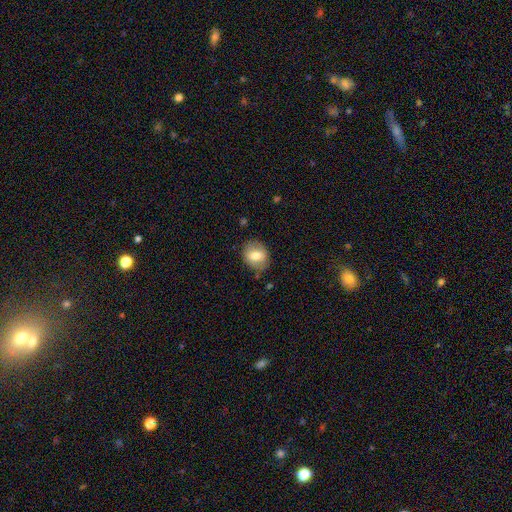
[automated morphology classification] smooth 70%, featured or disk 22%, star or artifact 8%. Down the decision tree: how rounded — round (57%); merging — none (81%).